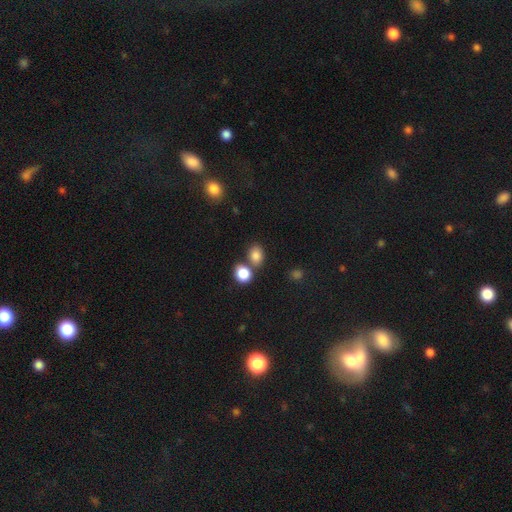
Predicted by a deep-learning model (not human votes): Q: Smooth or featured?
A: smooth (82%); runner-up: star or artifact (12%)
Q: How rounded?
A: in between (54%); runner-up: round (44%)
Q: Merging?
A: none (61%); runner-up: merger (25%)